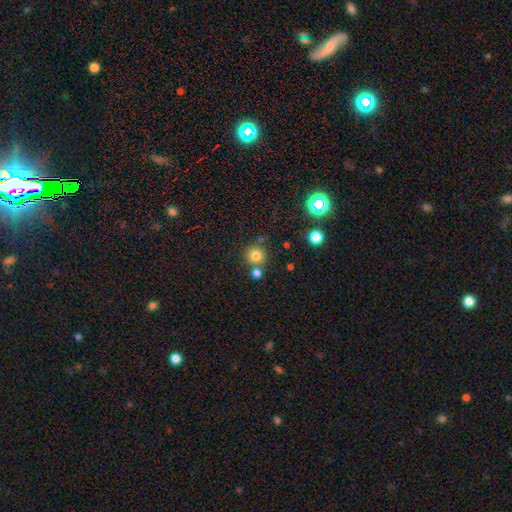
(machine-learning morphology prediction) Q: Smooth or featured?
A: smooth (79%); runner-up: star or artifact (14%)
Q: How rounded?
A: round (93%); runner-up: in between (6%)
Q: Merging?
A: none (70%); runner-up: merger (18%)